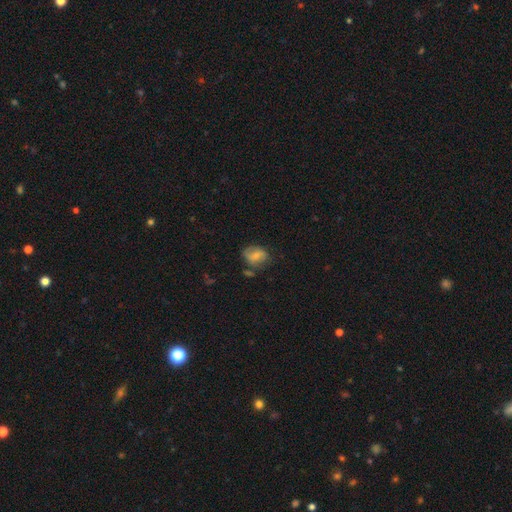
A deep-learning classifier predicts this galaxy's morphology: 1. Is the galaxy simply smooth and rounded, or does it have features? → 60% smooth, 31% featured or disk, 9% star or artifact.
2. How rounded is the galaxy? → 64% in between, 34% round, 2% cigar-shaped.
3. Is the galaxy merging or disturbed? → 56% none, 27% minor disturbance, 10% major disturbance, 7% merger.